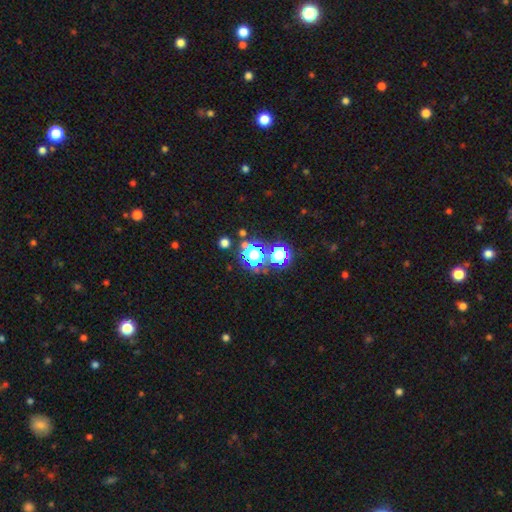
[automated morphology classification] Smooth or featured? star or artifact (73%)